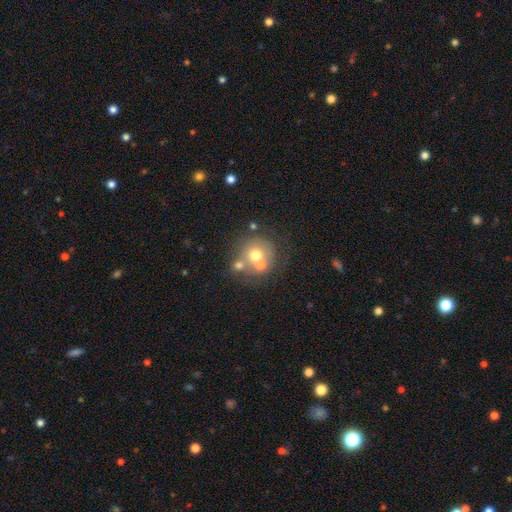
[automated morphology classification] This is possibly a smooth galaxy (58%). How rounded: clearly round (89%). Merging: possibly none (48%).